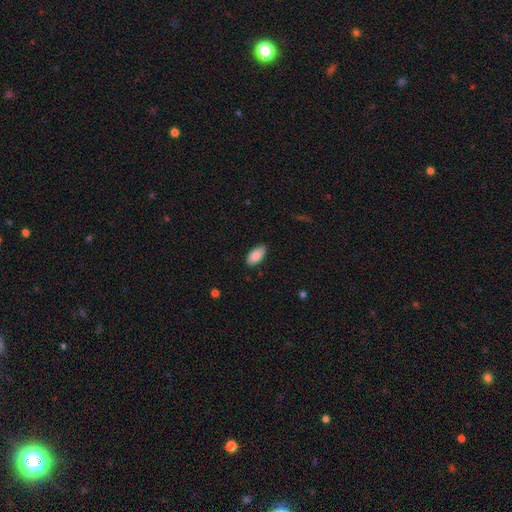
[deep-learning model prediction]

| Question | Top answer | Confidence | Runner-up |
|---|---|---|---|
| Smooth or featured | smooth | 89% | star or artifact (6%) |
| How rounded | in between | 94% | cigar-shaped (4%) |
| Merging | none | 80% | minor disturbance (17%) |